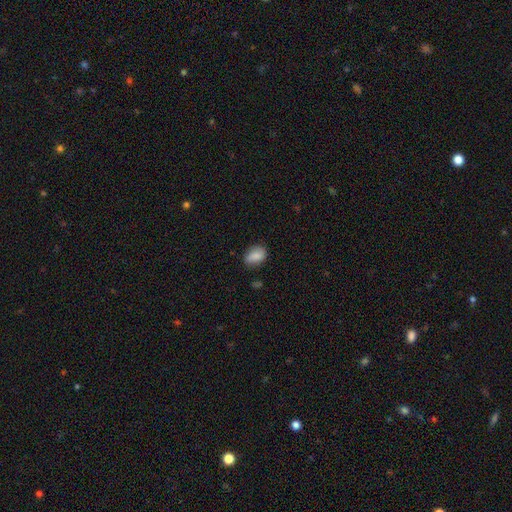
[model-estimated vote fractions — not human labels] This is clearly a smooth galaxy (84%). How rounded: clearly in between (80%). Merging: likely none (73%).